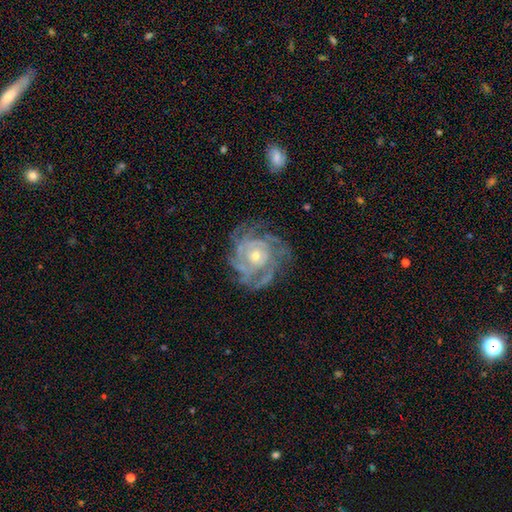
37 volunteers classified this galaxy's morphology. Overall: featured or disk (97%). Edge-on disk: no (100%). Bar: no (81%). Spiral arms: yes (100%). Spiral arm count: can't tell (39%; more than 4 31%). Spiral winding: tight (78%). Bulge size: moderate (50%; small 47%). Merging: none (81%).